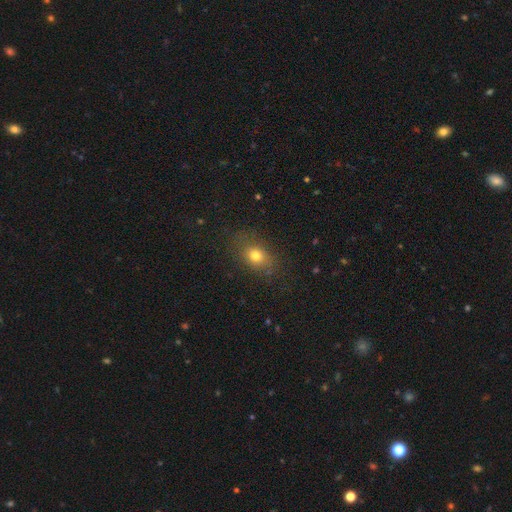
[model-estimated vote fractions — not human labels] Smooth or featured?
  - smooth: 76% *
  - star or artifact: 13%
  - featured or disk: 11%
How rounded?
  - in between: 60% *
  - round: 38%
  - cigar-shaped: 2%
Merging?
  - none: 78% *
  - minor disturbance: 15%
  - major disturbance: 6%
  - merger: 1%